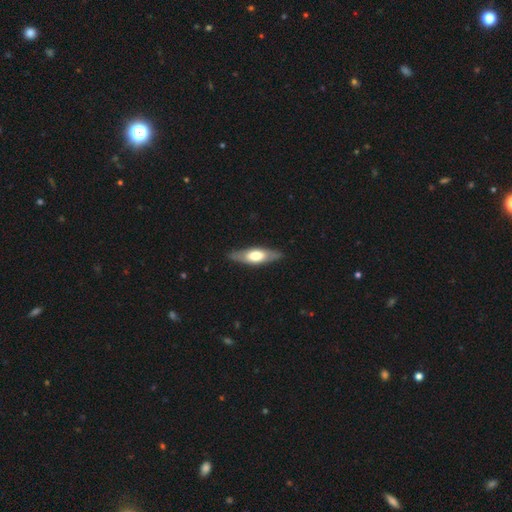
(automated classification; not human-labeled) A featured or disk galaxy (48%, tied with smooth). Merging: none (84%).